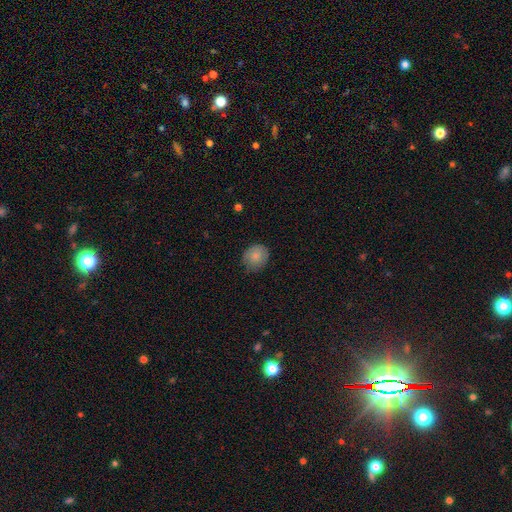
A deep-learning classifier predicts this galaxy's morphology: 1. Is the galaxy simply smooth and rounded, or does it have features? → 82% smooth, 10% featured or disk, 8% star or artifact.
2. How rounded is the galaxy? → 76% round, 23% in between, 1% cigar-shaped.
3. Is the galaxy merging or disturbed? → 73% none, 22% minor disturbance, 4% major disturbance, 1% merger.